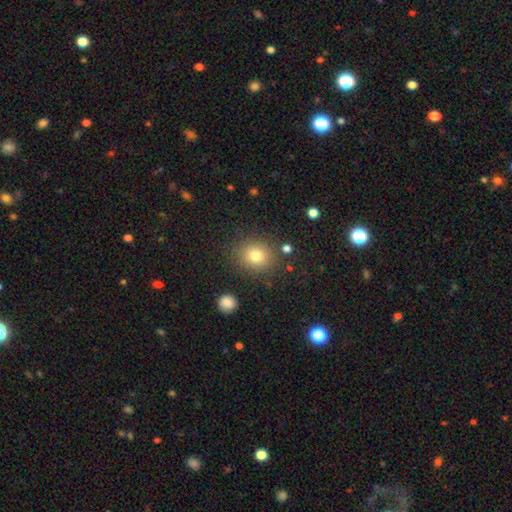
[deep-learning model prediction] Q: Smooth or featured?
A: smooth (79%); runner-up: star or artifact (13%)
Q: How rounded?
A: round (79%); runner-up: in between (20%)
Q: Merging?
A: none (84%); runner-up: minor disturbance (9%)